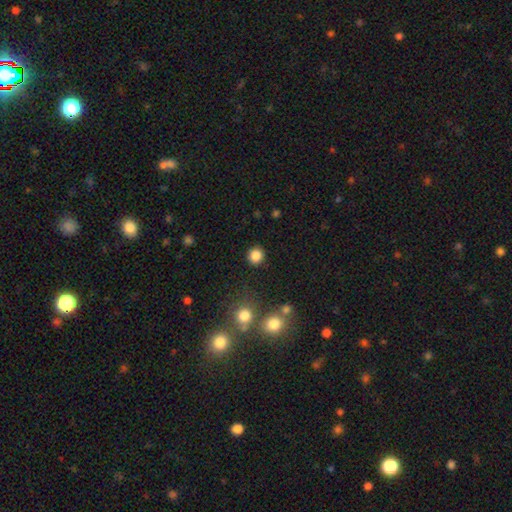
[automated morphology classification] This is clearly a smooth galaxy (85%). How rounded: clearly round (92%). Merging: clearly none (90%).